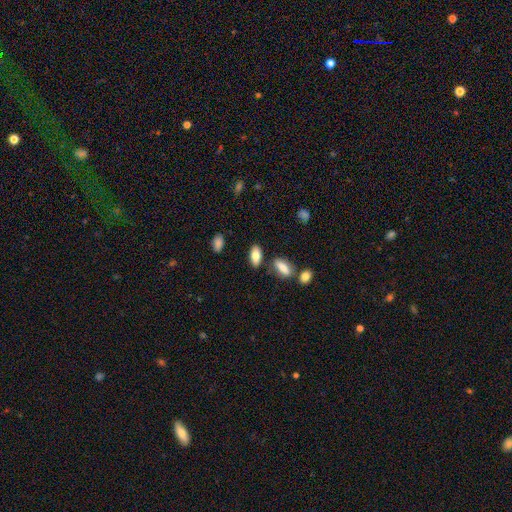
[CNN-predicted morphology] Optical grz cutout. It shows a smooth galaxy with no disk features (82%) that is in between round and cigar-shaped (88%). Merging: none (79%).